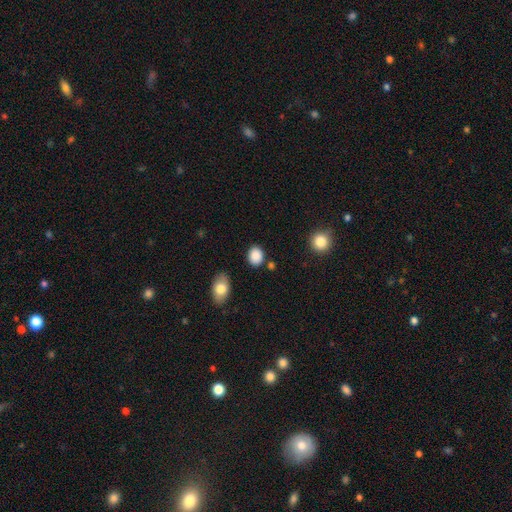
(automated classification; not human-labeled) Q: Smooth or featured?
A: smooth (88%); runner-up: star or artifact (8%)
Q: How rounded?
A: in between (52%); runner-up: round (47%)
Q: Merging?
A: none (83%); runner-up: minor disturbance (11%)